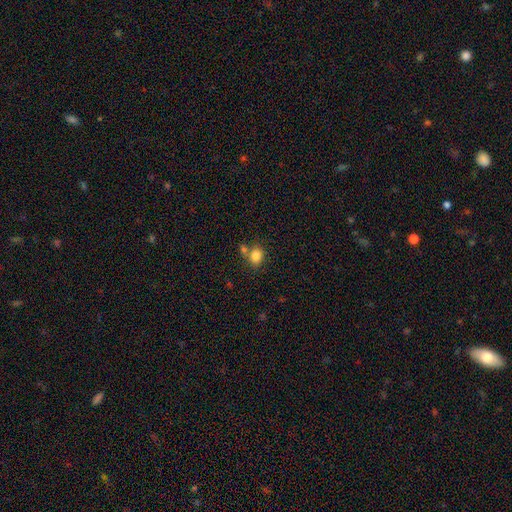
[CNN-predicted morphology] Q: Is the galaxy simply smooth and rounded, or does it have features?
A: smooth — 83%.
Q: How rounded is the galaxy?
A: round — 53%.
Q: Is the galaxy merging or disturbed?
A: none — 60%.